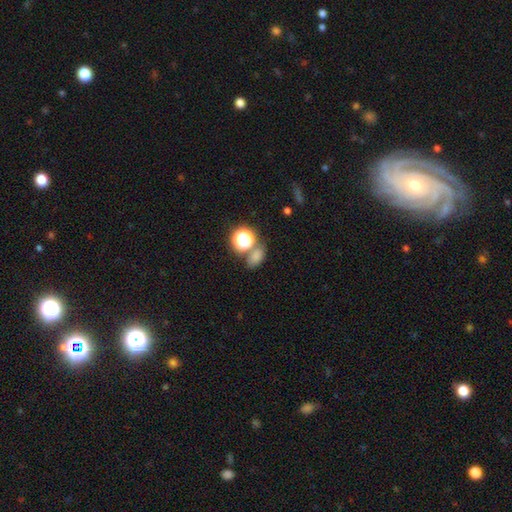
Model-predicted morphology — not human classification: This appears to be a smooth galaxy with no disk features (70%) that is in between round and cigar-shaped (65%). Merging: none (62%).